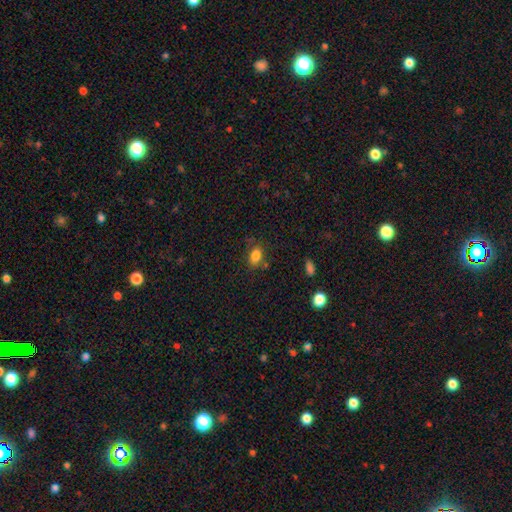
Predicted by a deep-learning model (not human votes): Morphology: type=smooth (83%); roundness=in between (84%); merging=none (72%).